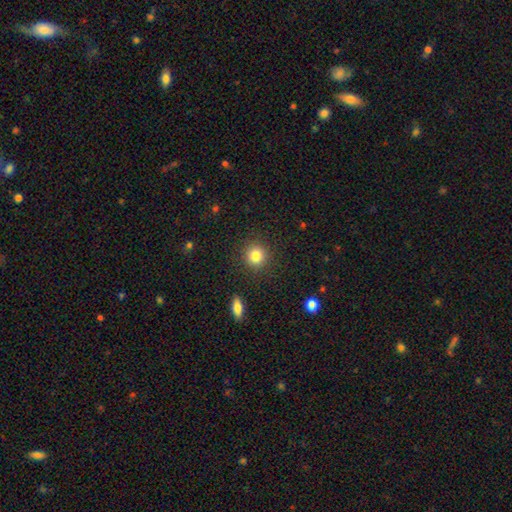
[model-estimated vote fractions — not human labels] smooth-or-featured: smooth: 84% | star or artifact: 10% | featured or disk: 6%
  how-rounded: round: 91% | in between: 8% | cigar-shaped: 1%
  merging: none: 90% | minor disturbance: 6% | major disturbance: 2% | merger: 2%